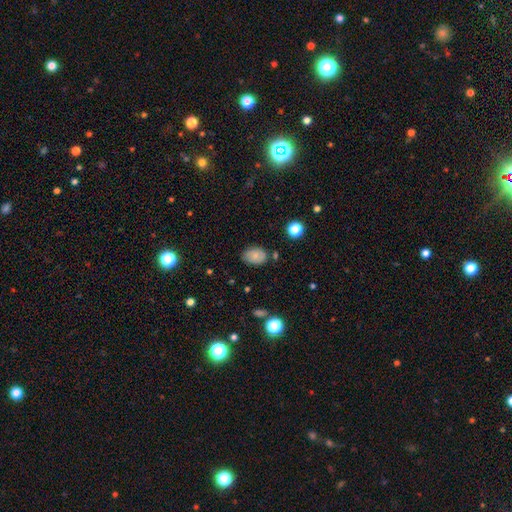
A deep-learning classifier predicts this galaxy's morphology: Smooth or featured?
  - smooth: 70% *
  - featured or disk: 20%
  - star or artifact: 10%
How rounded?
  - in between: 79% *
  - round: 19%
  - cigar-shaped: 1%
Merging?
  - none: 73% *
  - minor disturbance: 19%
  - major disturbance: 4%
  - merger: 4%